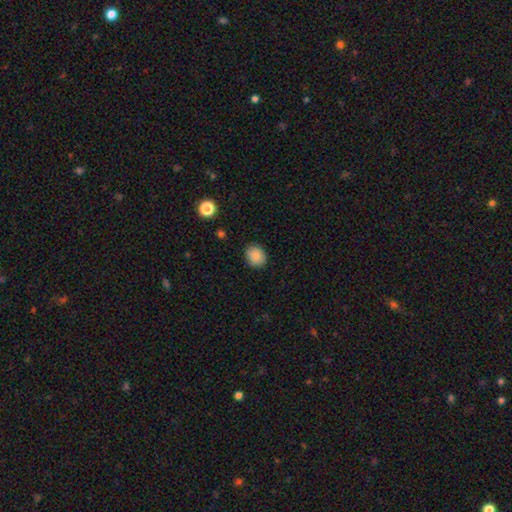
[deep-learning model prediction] Smooth or featured? Predicted: smooth (p=0.86). How rounded? Predicted: round (p=0.61). Merging? Predicted: none (p=0.87).